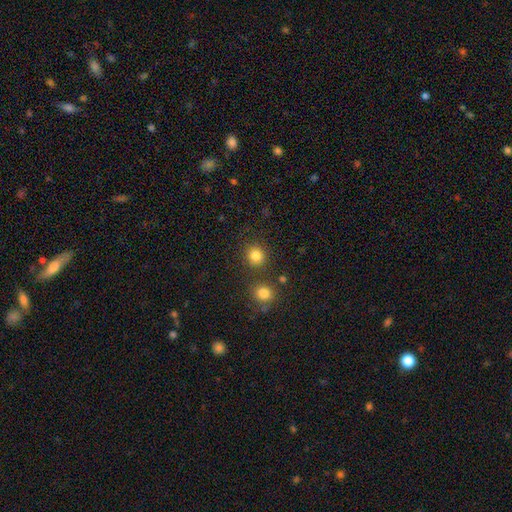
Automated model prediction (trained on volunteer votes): Smooth or featured?
  - smooth: 83% *
  - star or artifact: 12%
  - featured or disk: 4%
How rounded?
  - round: 89% *
  - in between: 10%
  - cigar-shaped: 1%
Merging?
  - none: 83% *
  - merger: 8%
  - minor disturbance: 7%
  - major disturbance: 3%